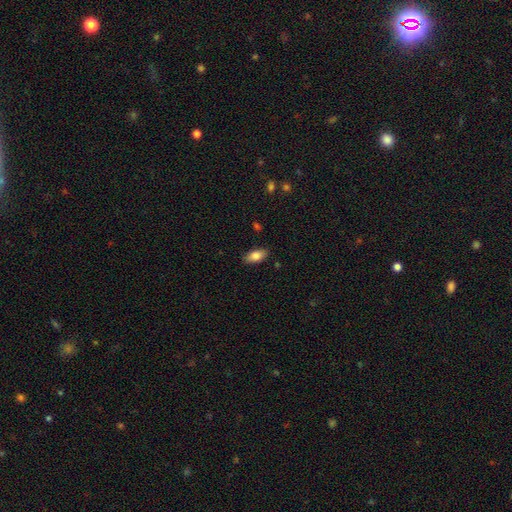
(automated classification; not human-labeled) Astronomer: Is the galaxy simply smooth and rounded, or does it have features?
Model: smooth — 83%.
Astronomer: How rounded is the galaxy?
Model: in between — 89%.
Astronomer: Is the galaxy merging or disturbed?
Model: none — 87%.